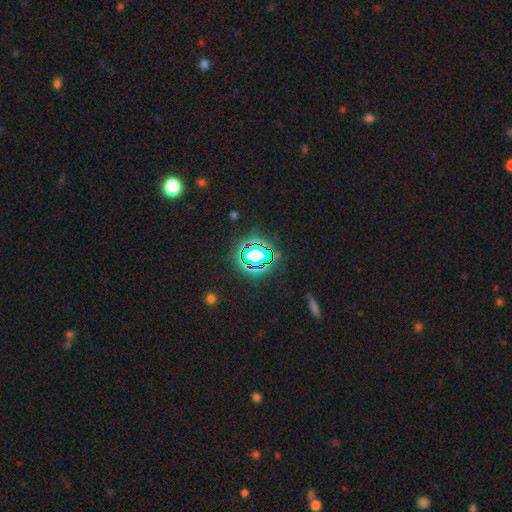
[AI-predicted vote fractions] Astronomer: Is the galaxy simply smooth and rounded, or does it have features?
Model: star or artifact — 68%.